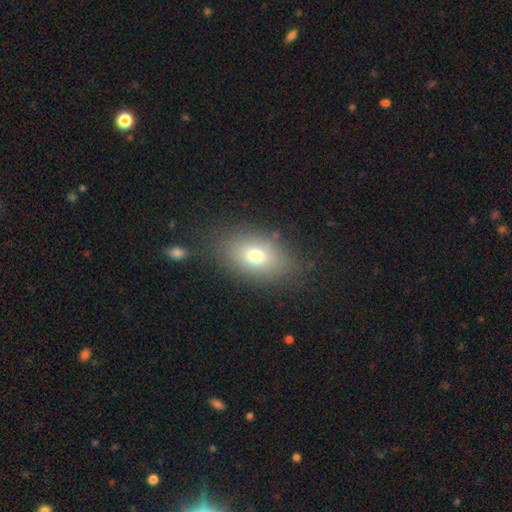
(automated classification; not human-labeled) Morphology: type=smooth (72%); roundness=in between (83%); merging=none (79%).